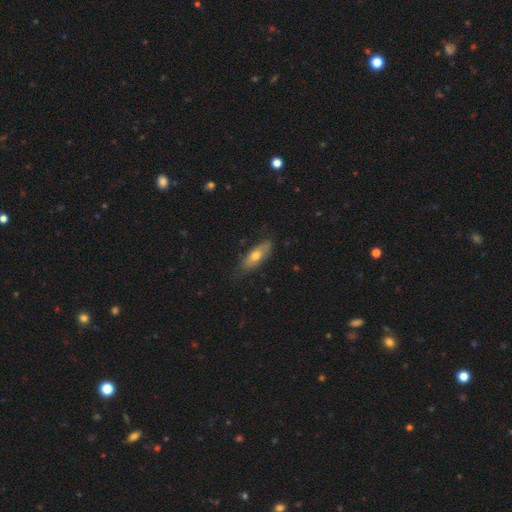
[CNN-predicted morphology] The model was most divided on "smooth or featured": smooth: 61%, featured or disk: 33%, star or artifact: 6%. More confident: merging — none (73%); how rounded — in between (66%).